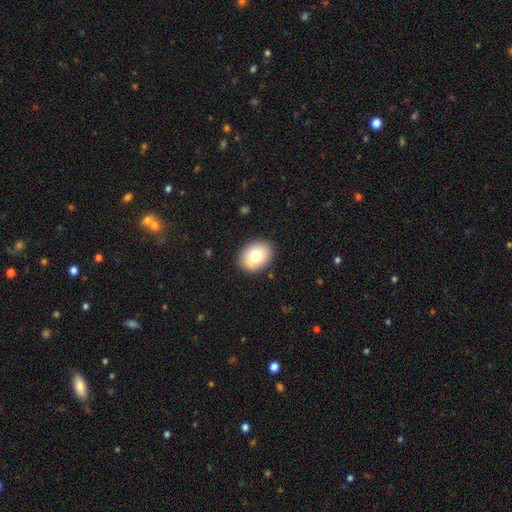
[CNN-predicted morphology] smooth_or_featured: smooth (p=0.76) [alt: featured or disk p=0.16]
how_rounded: in between (p=0.60) [alt: round p=0.40]
merging: none (p=0.86) [alt: minor disturbance p=0.10]